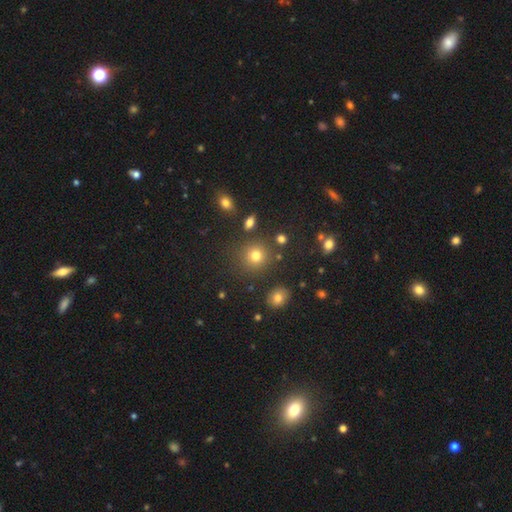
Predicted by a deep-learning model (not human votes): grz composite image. It shows a smooth galaxy with no disk features (76%) that is round (89%). Merging: none (83%).